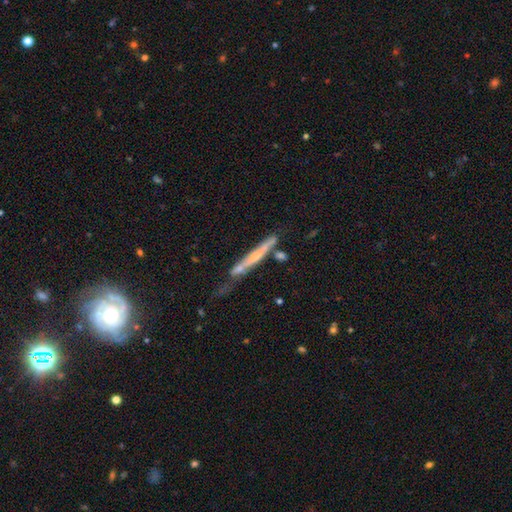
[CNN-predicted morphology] A featured or disk galaxy (62%) viewed edge-on (89%) with no central bulge (53%). Merging: none (52%).